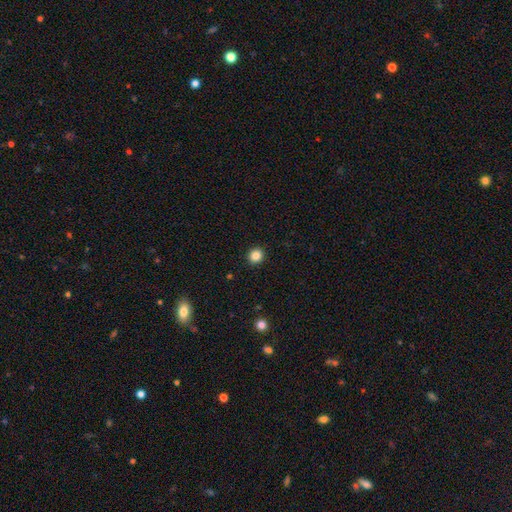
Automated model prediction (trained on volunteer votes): A smooth galaxy with no disk features (85%) that is round (84%).

Vote fractions:
- Smooth or featured? smooth: 85% / star or artifact: 11% / featured or disk: 4%
- How rounded? round: 84% / in between: 15% / cigar-shaped: 1%
- Merging? none: 92% / minor disturbance: 5% / major disturbance: 2% / merger: 1%